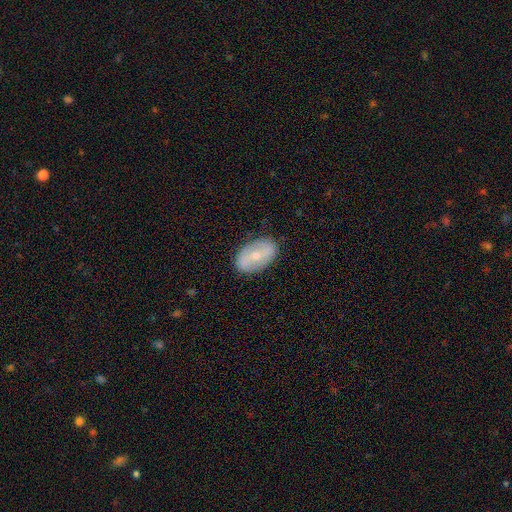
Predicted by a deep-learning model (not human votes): This appears to be a featured or disk galaxy (53%). Merging: none (84%).